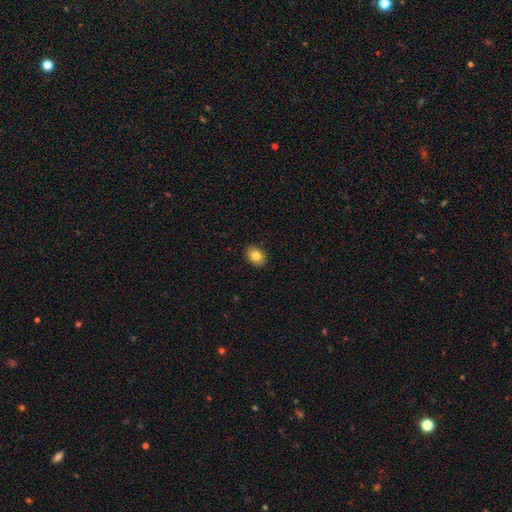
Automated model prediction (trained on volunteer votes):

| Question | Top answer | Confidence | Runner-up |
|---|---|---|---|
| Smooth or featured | smooth | 83% | star or artifact (9%) |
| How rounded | in between | 66% | round (33%) |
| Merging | none | 90% | minor disturbance (7%) |